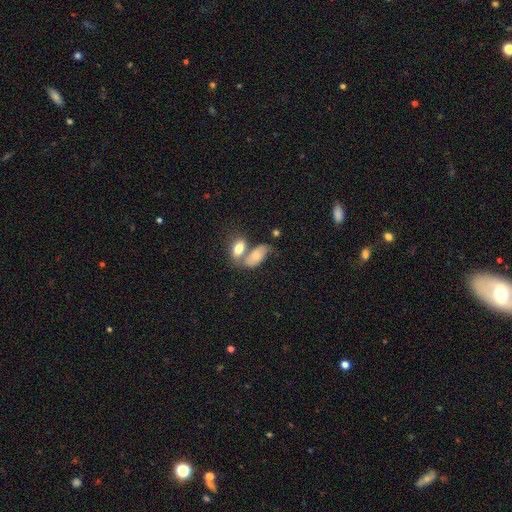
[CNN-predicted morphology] Smooth or featured: smooth — 70% (featured or disk — 23%)
How rounded: in between — 89% (cigar-shaped — 7%)
Merging: merger — 52% (none — 29%)